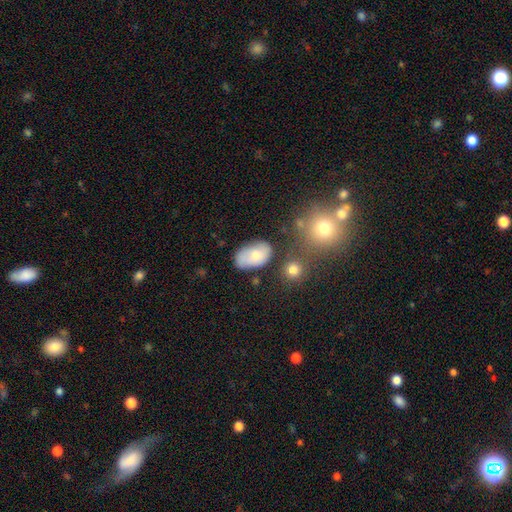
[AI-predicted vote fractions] The model was most divided on "merging": none: 59%, minor disturbance: 24%, merger: 10%, major disturbance: 7%. More confident: how rounded — in between (88%); smooth or featured — smooth (66%).